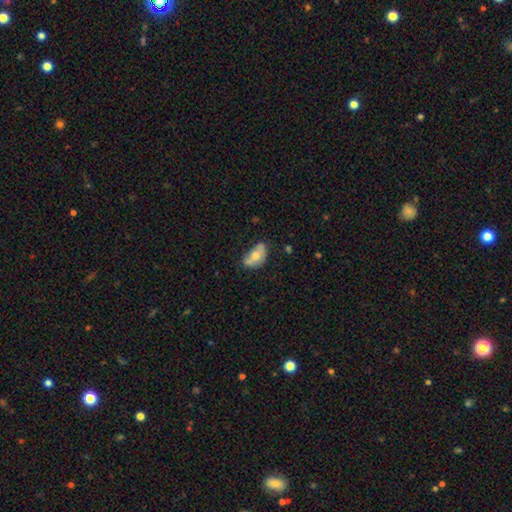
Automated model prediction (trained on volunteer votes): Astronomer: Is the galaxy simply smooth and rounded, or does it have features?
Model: smooth — 57% (runner-up: featured or disk, 36%).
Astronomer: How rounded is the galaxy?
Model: in between — 90%.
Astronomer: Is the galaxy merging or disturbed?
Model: none — 49% (runner-up: minor disturbance, 36%).